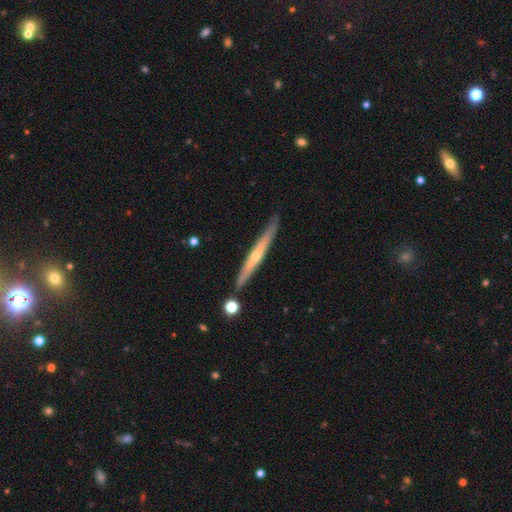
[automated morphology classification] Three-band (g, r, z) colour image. It shows a featured or disk galaxy (68%) viewed edge-on (96%) with a rounded central bulge (63%). Merging: none (86%).